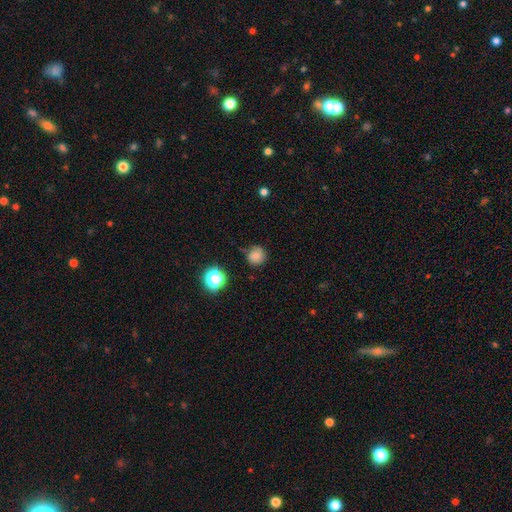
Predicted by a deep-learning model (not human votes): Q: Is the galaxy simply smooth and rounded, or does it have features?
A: smooth — 70%.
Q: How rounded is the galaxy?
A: round — 87%.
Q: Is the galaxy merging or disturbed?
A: none — 70%.